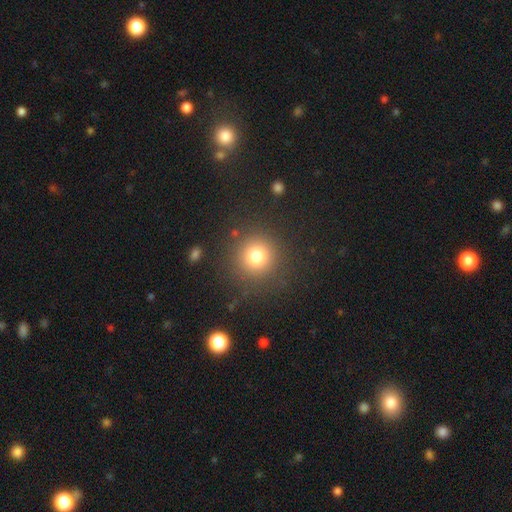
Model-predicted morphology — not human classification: smooth 77%, star or artifact 14%, featured or disk 9%. Down the decision tree: how rounded — round (94%); merging — none (86%).